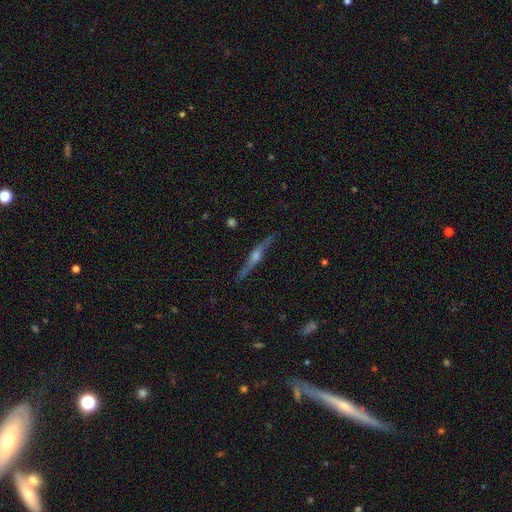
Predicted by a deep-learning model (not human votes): Smooth or featured?
  - featured or disk: 83% *
  - smooth: 11%
  - star or artifact: 6%
Edge-on disk?
  - yes: 97% *
  - no: 3%
Edge-on bulge?
  - rounded: 89% *
  - boxy: 6%
  - none: 5%
Merging?
  - none: 88% *
  - minor disturbance: 9%
  - major disturbance: 2%
  - merger: 1%